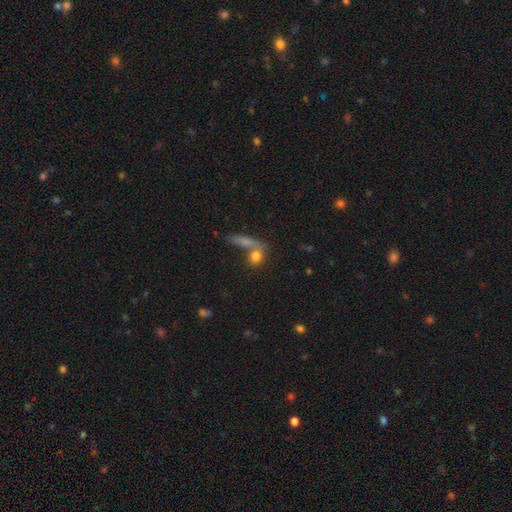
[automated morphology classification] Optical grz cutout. It shows a smooth galaxy with no disk features (77%) that is round (55%). Merging: none (46%).